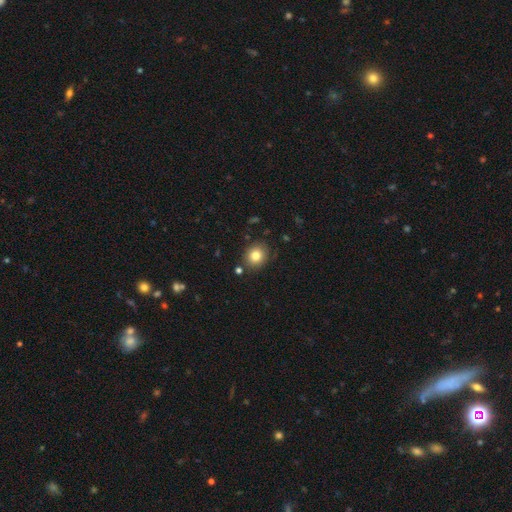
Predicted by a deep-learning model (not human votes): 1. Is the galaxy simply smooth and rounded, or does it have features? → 81% smooth, 11% star or artifact, 8% featured or disk.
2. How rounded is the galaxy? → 77% round, 22% in between, 1% cigar-shaped.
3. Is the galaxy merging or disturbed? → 85% none, 9% minor disturbance, 3% merger, 3% major disturbance.